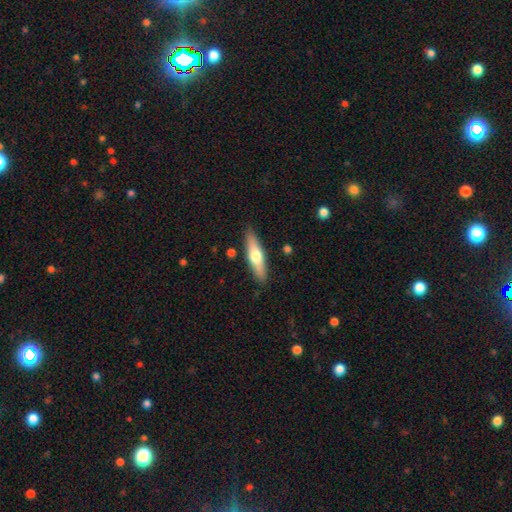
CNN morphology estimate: This appears to be a smooth galaxy with no disk features (53%) that is cigar-shaped (70%). Merging: none (88%).